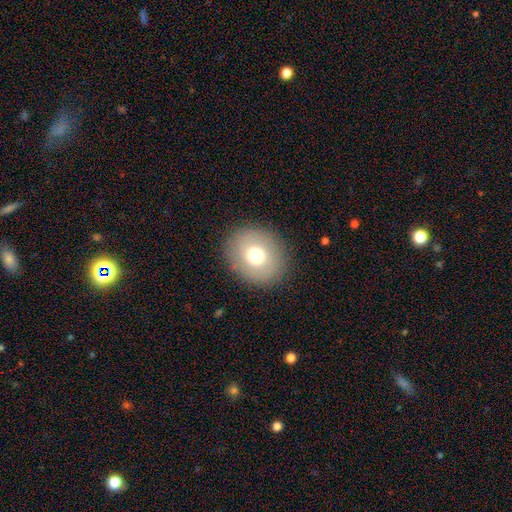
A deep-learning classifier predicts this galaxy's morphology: Smooth or featured: smooth — 70% (featured or disk — 19%)
How rounded: round — 68% (in between — 31%)
Merging: none — 88% (minor disturbance — 8%)